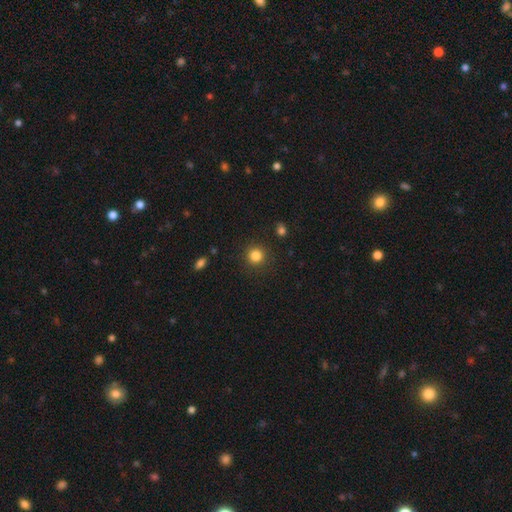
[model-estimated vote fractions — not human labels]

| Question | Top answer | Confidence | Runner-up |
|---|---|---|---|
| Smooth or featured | smooth | 84% | star or artifact (11%) |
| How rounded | round | 93% | in between (6%) |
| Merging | none | 89% | minor disturbance (7%) |